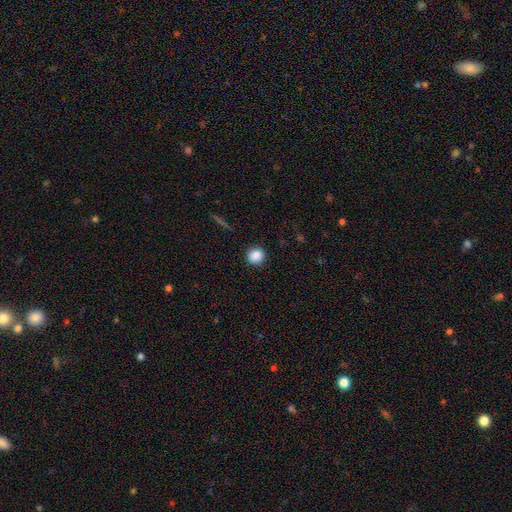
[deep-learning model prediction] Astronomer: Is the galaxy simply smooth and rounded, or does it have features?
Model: smooth — 87%.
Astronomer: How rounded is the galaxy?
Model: round — 89%.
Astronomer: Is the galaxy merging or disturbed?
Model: none — 90%.